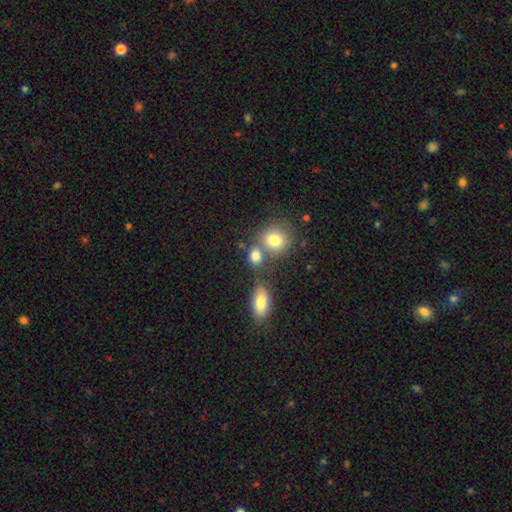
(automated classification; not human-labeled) Smooth or featured? Predicted: smooth (p=0.80). How rounded? Predicted: round (p=0.61). Merging? Predicted: none (p=0.53).